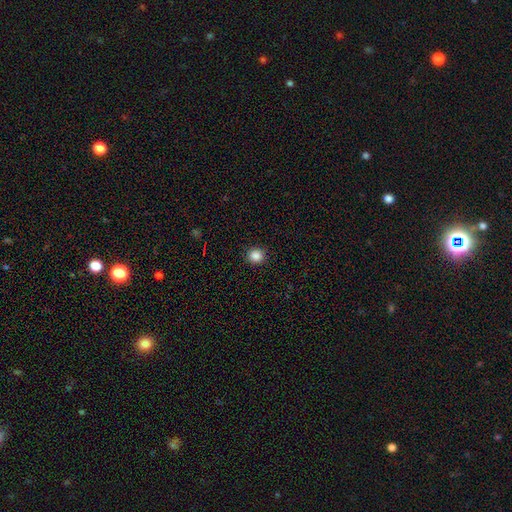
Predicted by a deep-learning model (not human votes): Overall: smooth (86%). How rounded: round (92%). Merging: none (92%).